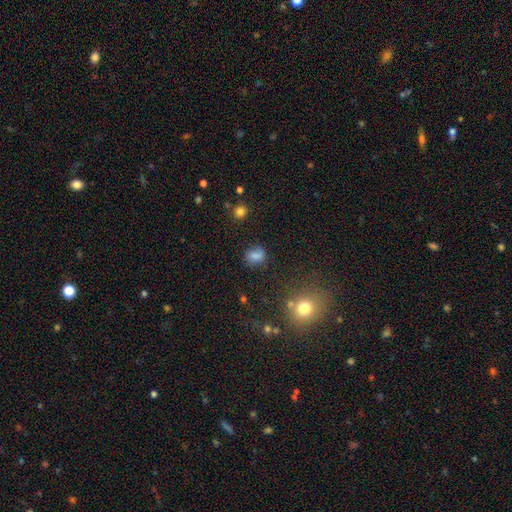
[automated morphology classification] Smooth or featured?
  - smooth: 74% *
  - star or artifact: 14%
  - featured or disk: 12%
How rounded?
  - in between: 52% *
  - round: 47%
  - cigar-shaped: 2%
Merging?
  - none: 65% *
  - minor disturbance: 21%
  - major disturbance: 8%
  - merger: 5%